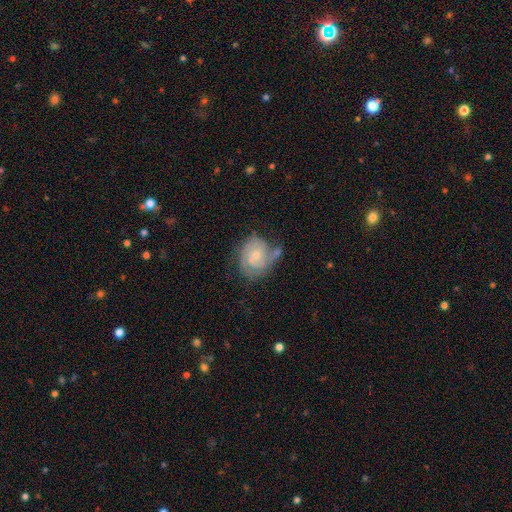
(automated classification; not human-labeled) A featured or disk galaxy (74%) with no bar (75%), 2 (33%) tight (58%) spiral arms (90%) and a small central bulge (66%). Merging: none (46%).